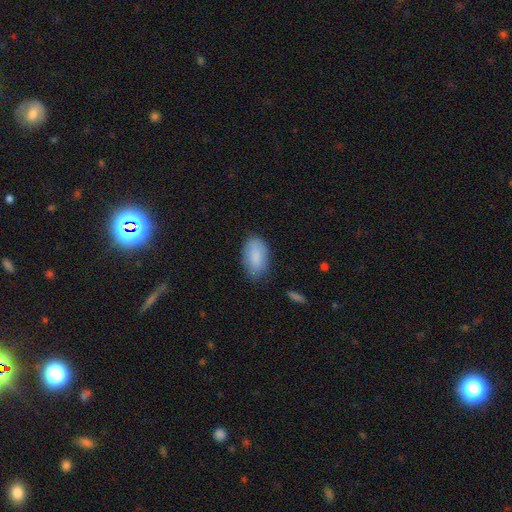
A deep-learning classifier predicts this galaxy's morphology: Smooth or featured: smooth — 85% (featured or disk — 8%)
How rounded: in between — 93% (round — 4%)
Merging: none — 73% (minor disturbance — 22%)